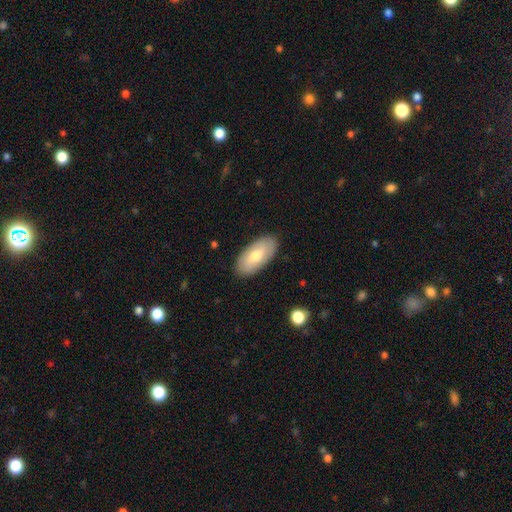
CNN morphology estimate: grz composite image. It shows a smooth galaxy with no disk features (65%) that is in between round and cigar-shaped (92%). Merging: none (87%).